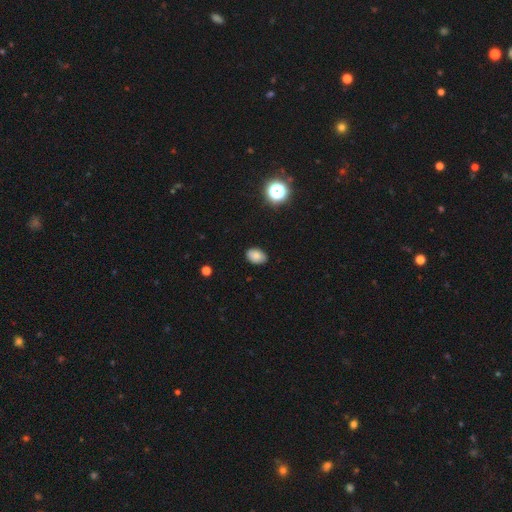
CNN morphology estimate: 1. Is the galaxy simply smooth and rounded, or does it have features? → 83% smooth, 11% star or artifact, 6% featured or disk.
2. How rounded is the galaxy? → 84% in between, 15% round, 1% cigar-shaped.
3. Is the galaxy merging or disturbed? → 86% none, 11% minor disturbance, 2% major disturbance, 1% merger.